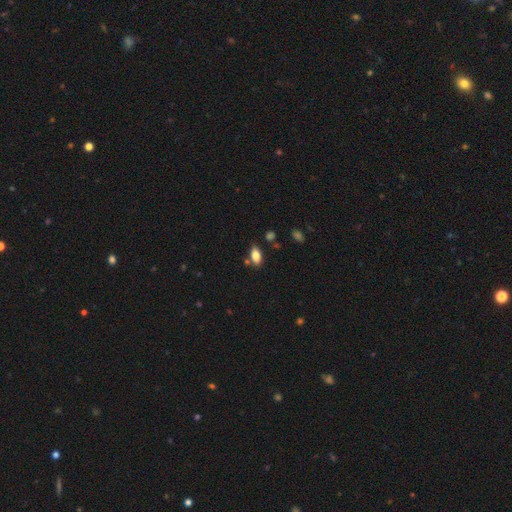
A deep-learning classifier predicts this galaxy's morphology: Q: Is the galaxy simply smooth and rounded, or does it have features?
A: smooth — 81%.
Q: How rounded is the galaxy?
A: in between — 90%.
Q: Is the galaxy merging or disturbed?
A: none — 77%.